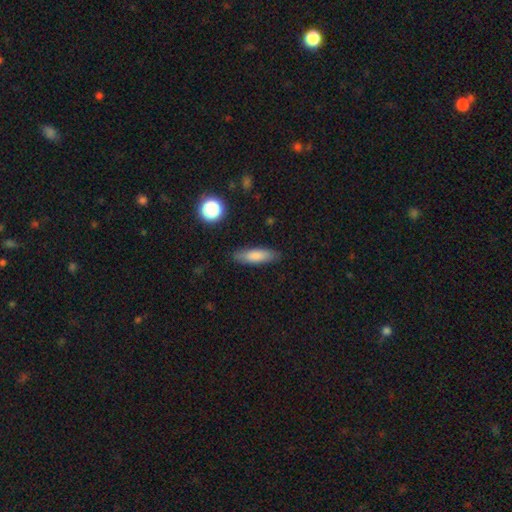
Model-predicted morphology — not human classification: smooth_or_featured: smooth (p=0.81) [alt: featured or disk p=0.11]
how_rounded: cigar-shaped (p=0.51) [alt: in between p=0.47]
merging: none (p=0.85) [alt: minor disturbance p=0.11]